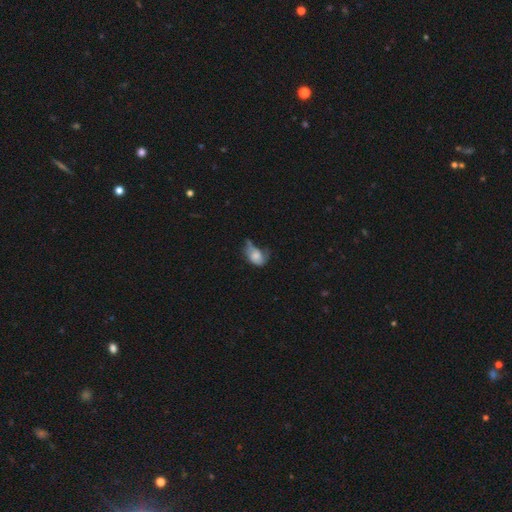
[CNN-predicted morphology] A smooth galaxy with no disk features (61%) that is in between round and cigar-shaped (79%).

Vote fractions:
- Smooth or featured? smooth: 61% / featured or disk: 29% / star or artifact: 10%
- How rounded? in between: 79% / round: 20% / cigar-shaped: 2%
- Merging? major disturbance: 36% / minor disturbance: 34% / none: 22% / merger: 9%